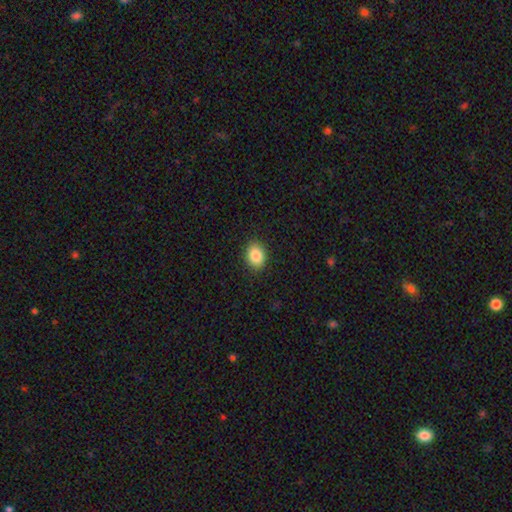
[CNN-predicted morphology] Q: Smooth or featured?
A: smooth (87%); runner-up: star or artifact (8%)
Q: How rounded?
A: in between (68%); runner-up: round (31%)
Q: Merging?
A: none (89%); runner-up: minor disturbance (8%)